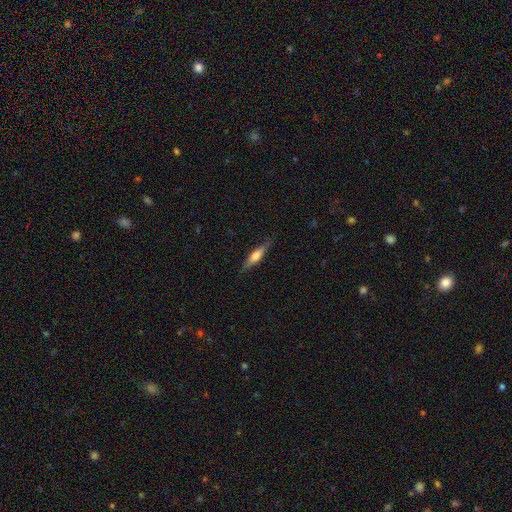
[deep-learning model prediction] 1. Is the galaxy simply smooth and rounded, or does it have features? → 48% featured or disk, 45% smooth, 6% star or artifact.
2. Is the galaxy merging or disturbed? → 84% none, 12% minor disturbance, 3% major disturbance, 1% merger.